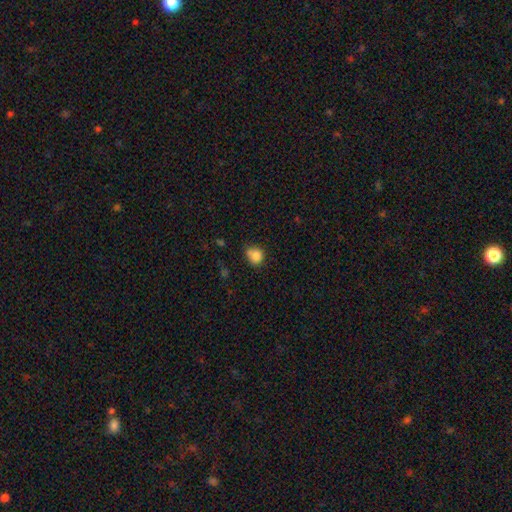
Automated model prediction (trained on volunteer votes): Smooth or featured?
  - smooth: 83% *
  - star or artifact: 10%
  - featured or disk: 6%
How rounded?
  - round: 75% *
  - in between: 24%
  - cigar-shaped: 1%
Merging?
  - none: 55% *
  - minor disturbance: 26%
  - merger: 12%
  - major disturbance: 7%